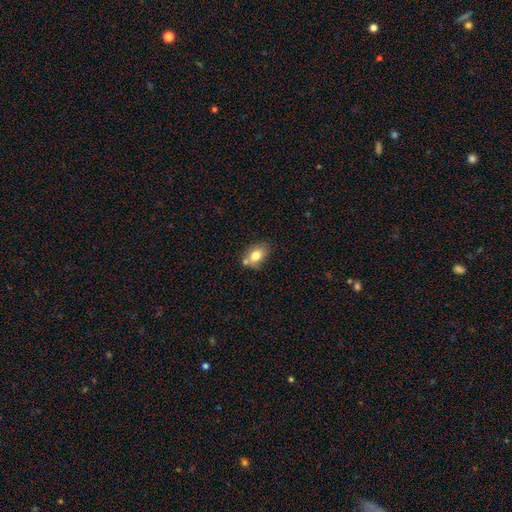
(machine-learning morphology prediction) Smooth or featured?
  - smooth: 77% *
  - featured or disk: 14%
  - star or artifact: 9%
How rounded?
  - in between: 78% *
  - round: 21%
  - cigar-shaped: 1%
Merging?
  - none: 57% *
  - merger: 20%
  - minor disturbance: 18%
  - major disturbance: 5%